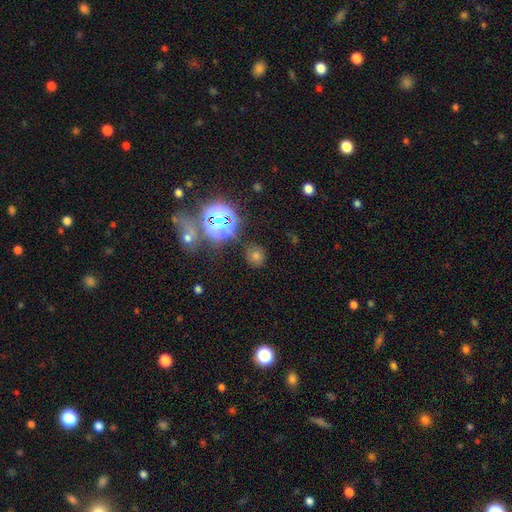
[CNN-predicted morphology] Smooth or featured: smooth — 52% (star or artifact — 39%)
How rounded: round — 87% (in between — 12%)
Merging: none — 84% (minor disturbance — 9%)